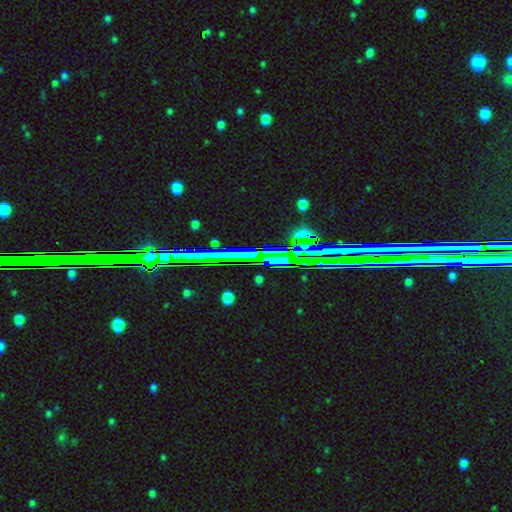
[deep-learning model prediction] Overall: star or artifact (75%).